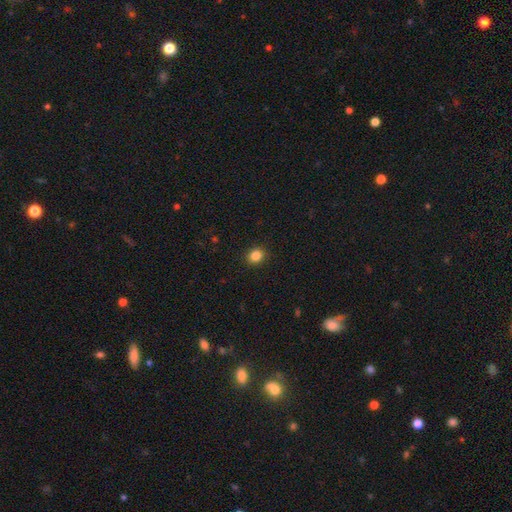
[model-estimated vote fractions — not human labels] This is clearly a smooth galaxy (85%). How rounded: likely round (73%). Merging: clearly none (91%).